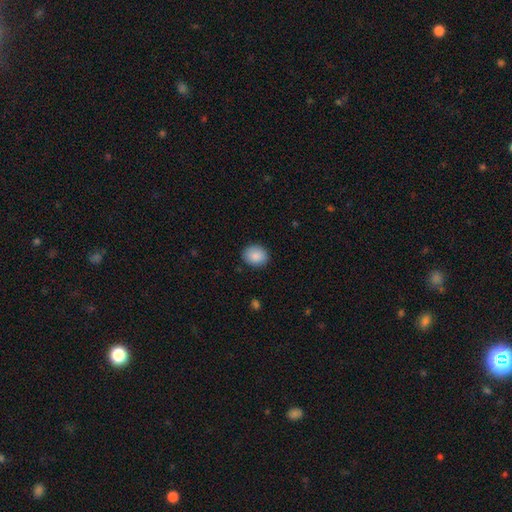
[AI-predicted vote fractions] This appears to be a smooth galaxy with no disk features (88%) that is round (58%). Merging: none (88%).